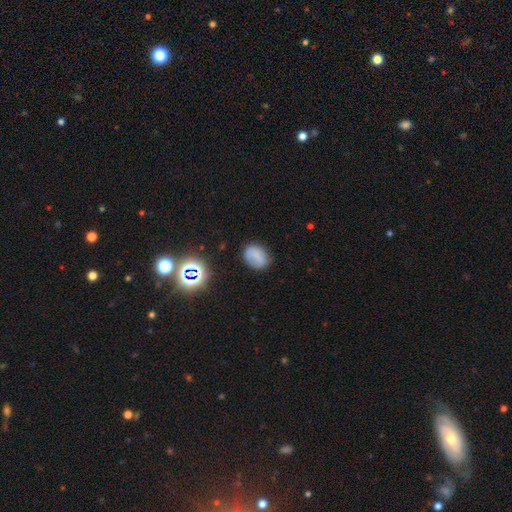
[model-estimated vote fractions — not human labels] Morphology: type=smooth (70%); roundness=in between (55%); merging=none (74%).